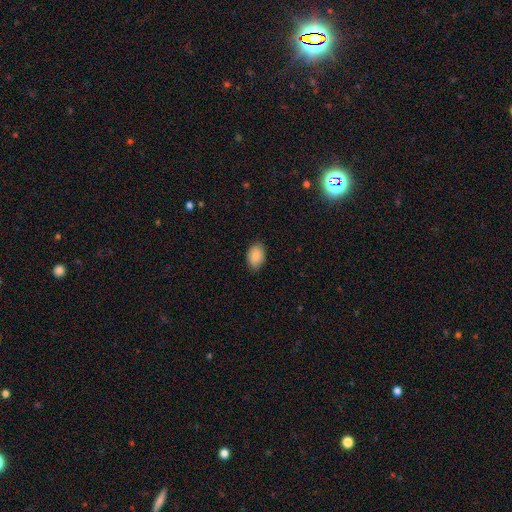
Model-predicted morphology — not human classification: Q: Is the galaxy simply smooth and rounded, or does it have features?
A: smooth — 84%.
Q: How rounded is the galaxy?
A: in between — 87%.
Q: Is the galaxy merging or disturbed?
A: none — 82%.